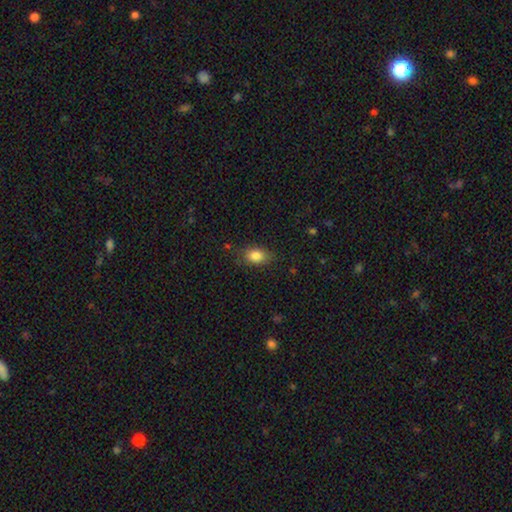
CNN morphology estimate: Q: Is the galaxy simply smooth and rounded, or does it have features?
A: smooth — 84%.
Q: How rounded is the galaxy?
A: in between — 81%.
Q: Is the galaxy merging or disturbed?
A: none — 78%.